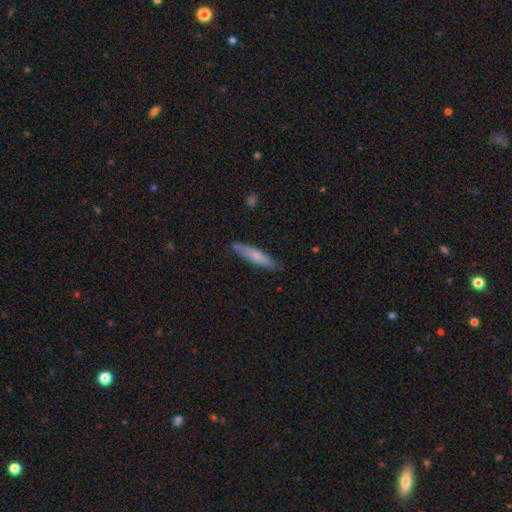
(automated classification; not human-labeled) Morphology: type=smooth (65%); roundness=cigar-shaped (83%); merging=none (80%).